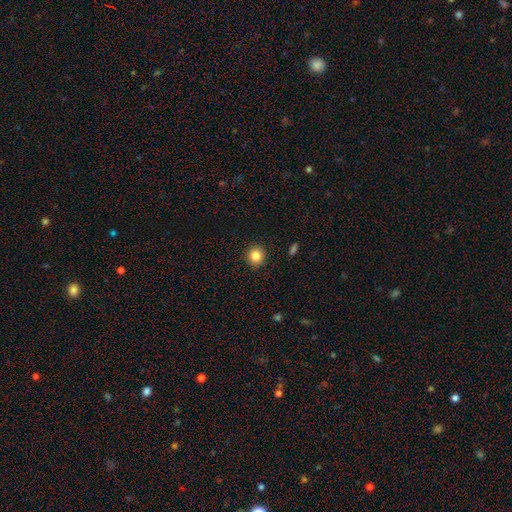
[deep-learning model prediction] Smooth or featured: smooth — 84% (star or artifact — 11%)
How rounded: round — 92% (in between — 7%)
Merging: none — 92% (minor disturbance — 5%)